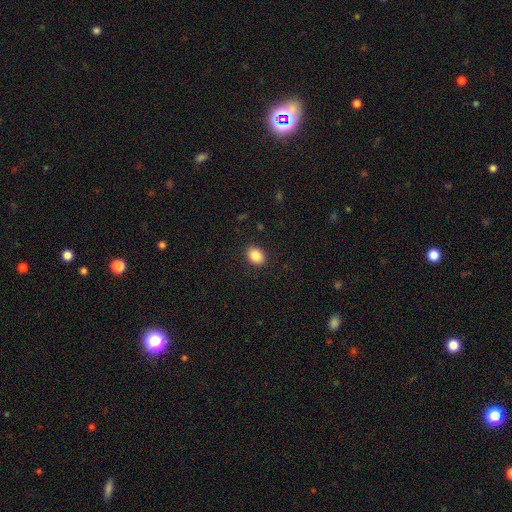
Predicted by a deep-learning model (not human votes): Smooth or featured: smooth — 87% (star or artifact — 9%)
How rounded: in between — 61% (round — 38%)
Merging: none — 89% (minor disturbance — 7%)